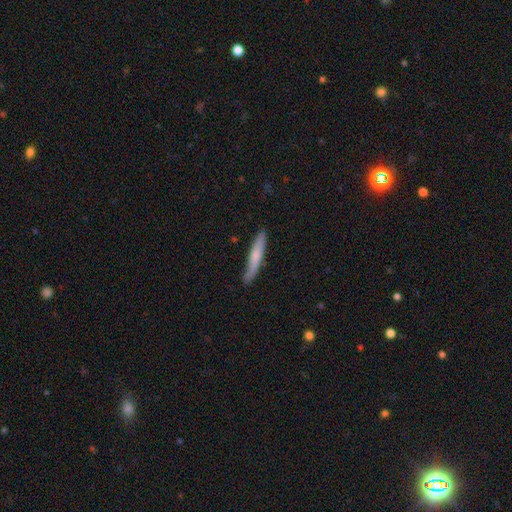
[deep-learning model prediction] Smooth or featured? Predicted: smooth (p=0.62). How rounded? Predicted: cigar-shaped (p=0.93). Merging? Predicted: none (p=0.81).